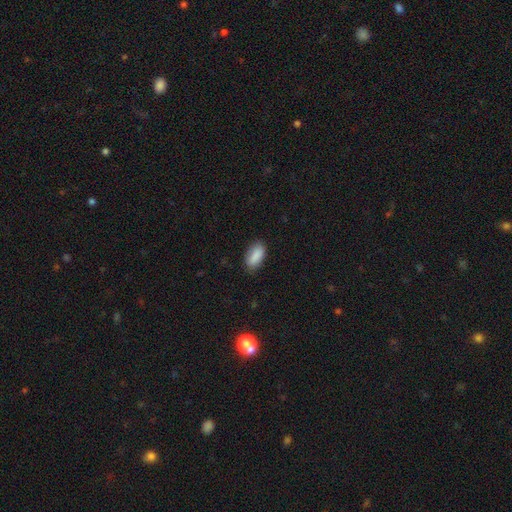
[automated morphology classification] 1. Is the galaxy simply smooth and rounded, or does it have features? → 88% smooth, 7% star or artifact, 5% featured or disk.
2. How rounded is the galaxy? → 89% in between, 8% cigar-shaped, 3% round.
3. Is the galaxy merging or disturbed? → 80% none, 16% minor disturbance, 3% major disturbance, 1% merger.